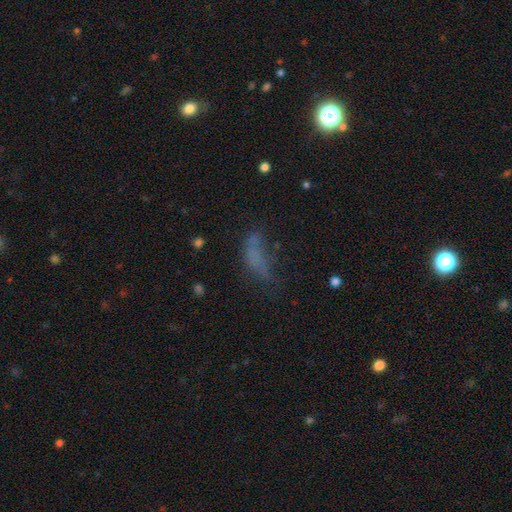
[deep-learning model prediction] Smooth or featured: smooth — 55% (star or artifact — 23%)
How rounded: in between — 71% (cigar-shaped — 24%)
Merging: none — 37% (major disturbance — 33%)